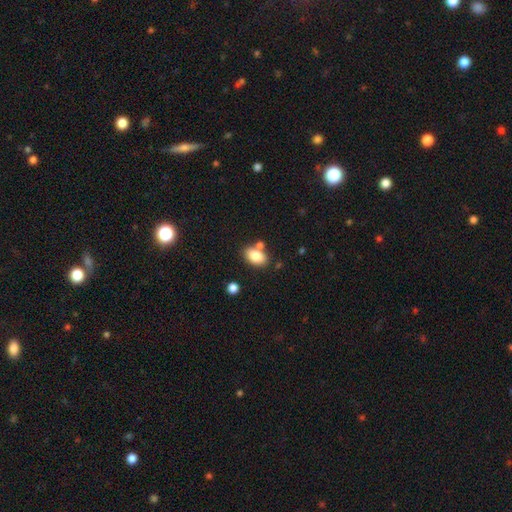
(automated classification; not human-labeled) smooth-or-featured: smooth: 83% | featured or disk: 9% | star or artifact: 8%
  how-rounded: in between: 89% | round: 9% | cigar-shaped: 2%
  merging: none: 67% | merger: 18% | minor disturbance: 12% | major disturbance: 3%